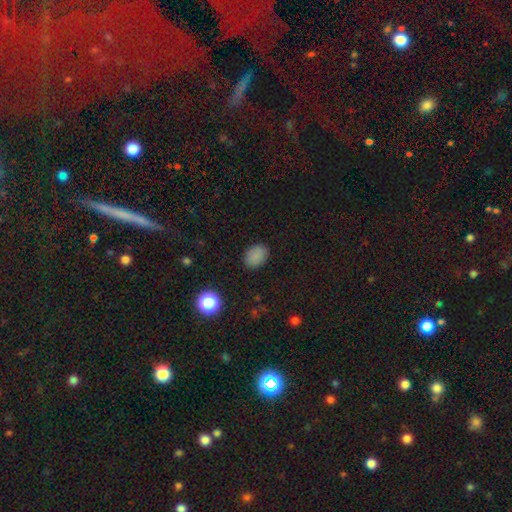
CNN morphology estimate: smooth_or_featured: smooth (p=0.84) [alt: star or artifact p=0.12]
how_rounded: in between (p=0.73) [alt: round p=0.25]
merging: none (p=0.87) [alt: minor disturbance p=0.10]